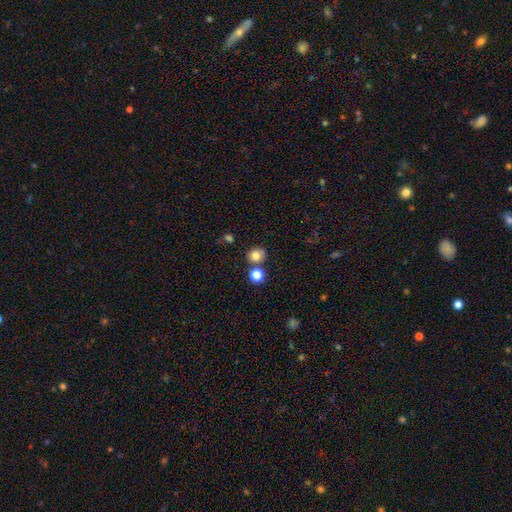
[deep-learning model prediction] Smooth or featured?
  - smooth: 81% *
  - star or artifact: 13%
  - featured or disk: 6%
How rounded?
  - round: 83% *
  - in between: 16%
  - cigar-shaped: 1%
Merging?
  - none: 67% *
  - merger: 18%
  - minor disturbance: 11%
  - major disturbance: 4%